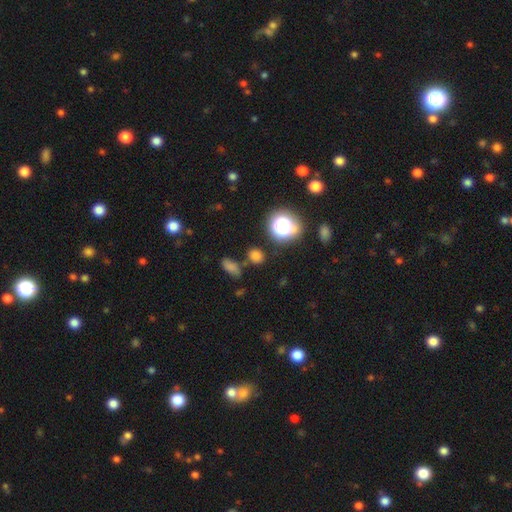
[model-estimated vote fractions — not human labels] The model was most divided on "how rounded": round: 63%, in between: 35%, cigar-shaped: 2%. More confident: merging — none (74%); smooth or featured — smooth (70%).